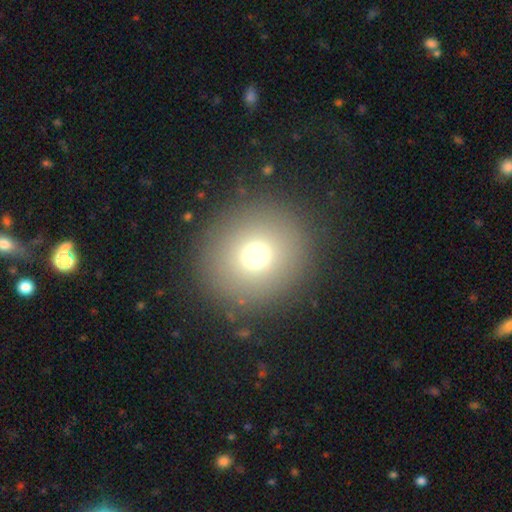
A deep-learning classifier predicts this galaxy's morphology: This is likely a smooth galaxy (71%). How rounded: clearly round (90%). Merging: clearly none (89%).